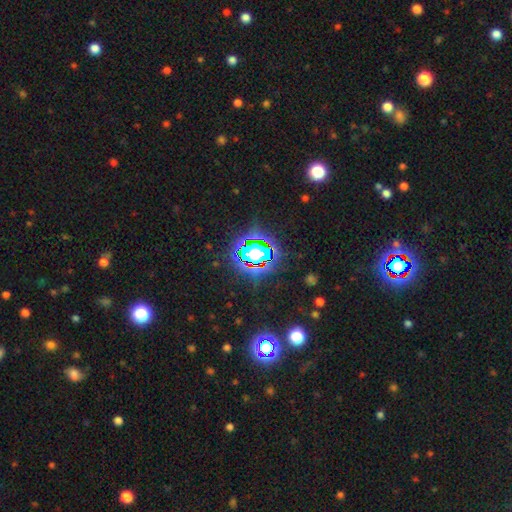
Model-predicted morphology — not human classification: star or artifact 70%, smooth 19%, featured or disk 12%.